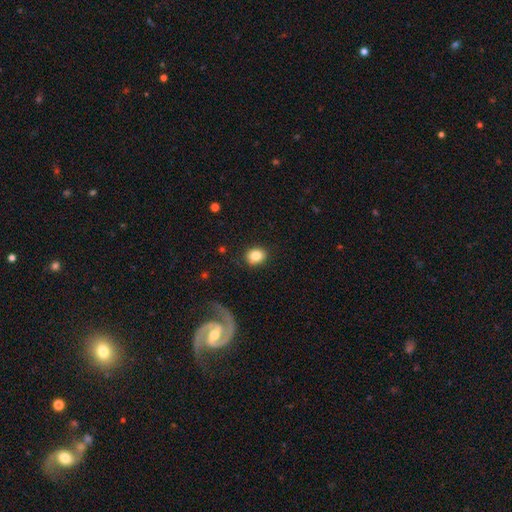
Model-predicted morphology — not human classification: Q: Smooth or featured?
A: smooth (84%); runner-up: star or artifact (9%)
Q: How rounded?
A: round (59%); runner-up: in between (40%)
Q: Merging?
A: none (87%); runner-up: minor disturbance (9%)